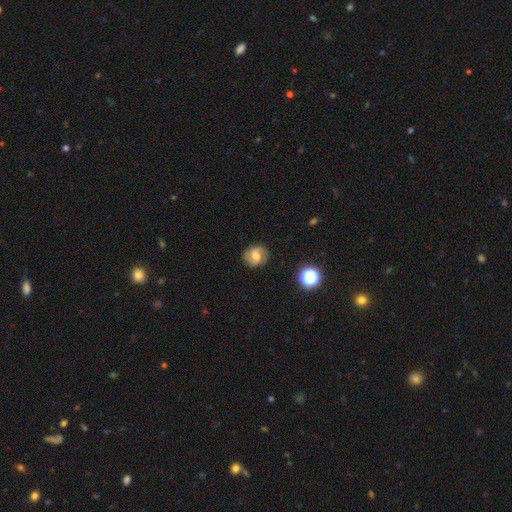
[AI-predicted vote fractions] A featured or disk galaxy (48%). Merging: none (83%).